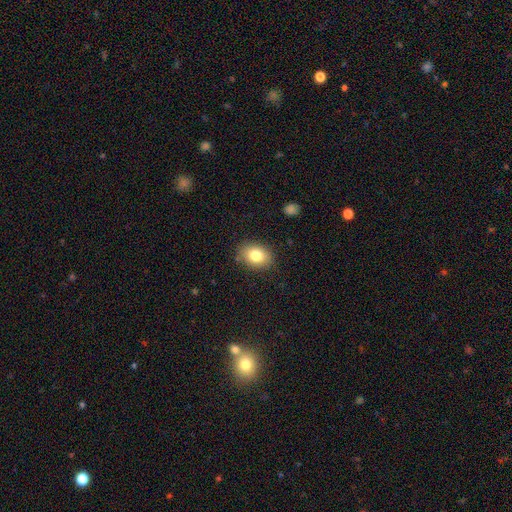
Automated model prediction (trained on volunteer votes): smooth 81%, featured or disk 10%, star or artifact 9%. Down the decision tree: how rounded — in between (75%); merging — none (85%).